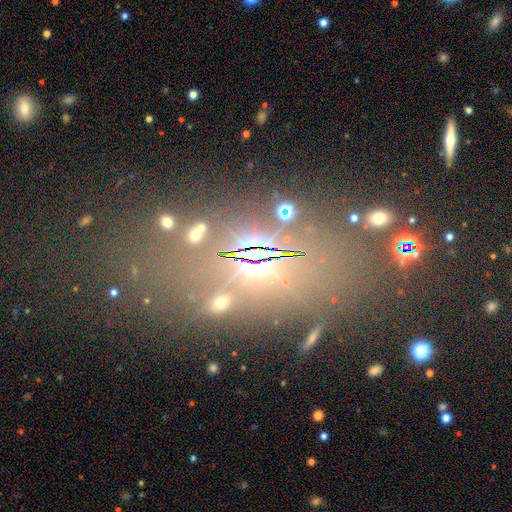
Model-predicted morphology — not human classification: This is marginally a smooth galaxy (38%). Merging: likely none (66%).